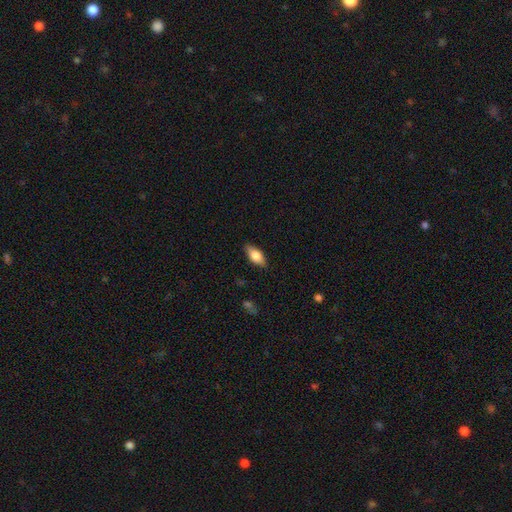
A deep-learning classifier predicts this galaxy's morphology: The model was most divided on "smooth or featured": smooth: 76%, featured or disk: 18%, star or artifact: 6%. More confident: merging — none (85%); how rounded — in between (85%).